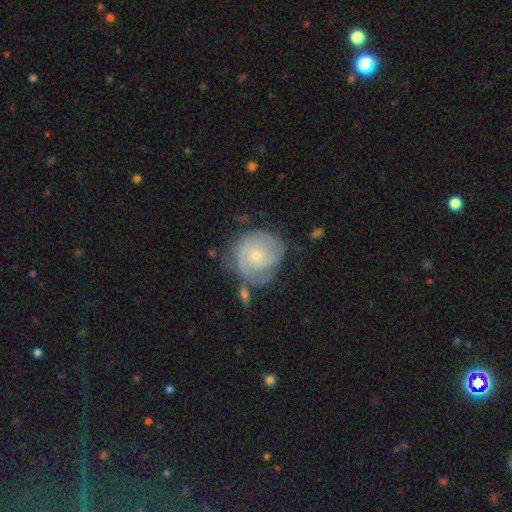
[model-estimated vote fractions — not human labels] The model was most divided on "spiral arm count": can't tell: 39%, 2: 27%, 3: 18%, 1: 6%, 4: 6%, more than 4: 4%. More confident: edge-on disk — no (98%); spiral arms — yes (88%); bar — no (80%); smooth or featured — featured or disk (70%); spiral winding — tight (69%); bulge size — small (66%); merging — none (60%).